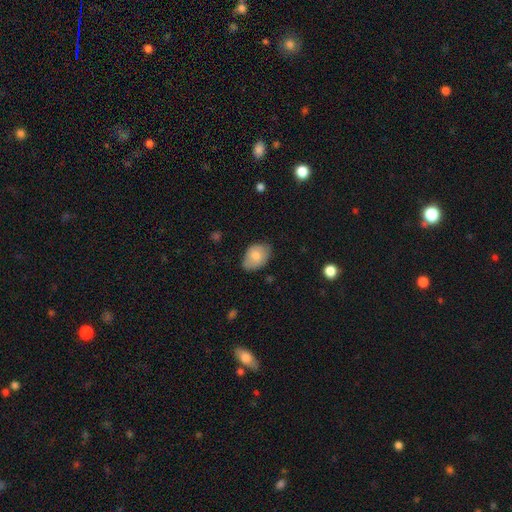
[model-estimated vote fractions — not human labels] Morphology: type=smooth (76%); roundness=in between (83%); merging=none (68%).